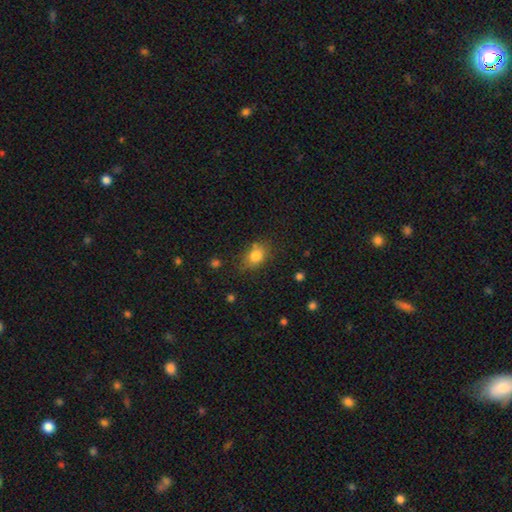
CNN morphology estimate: A smooth galaxy with no disk features (81%) that is in between round and cigar-shaped (66%).

Vote fractions:
- Smooth or featured? smooth: 81% / star or artifact: 10% / featured or disk: 9%
- How rounded? in between: 66% / round: 32% / cigar-shaped: 2%
- Merging? none: 71% / minor disturbance: 20% / major disturbance: 5% / merger: 4%